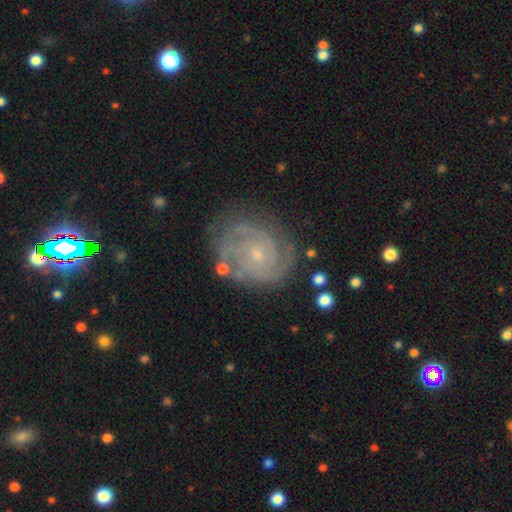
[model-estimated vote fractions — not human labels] This is clearly a featured or disk galaxy (84%). It is clearly not viewed edge-on (98%). Bar: likely no (76%). Spiral arm pattern: clearly yes (96%). Spiral arm count: marginally 2 (35%). Spiral winding: likely tight (75%). Central bulge: clearly small (80%). Merging: likely none (76%).